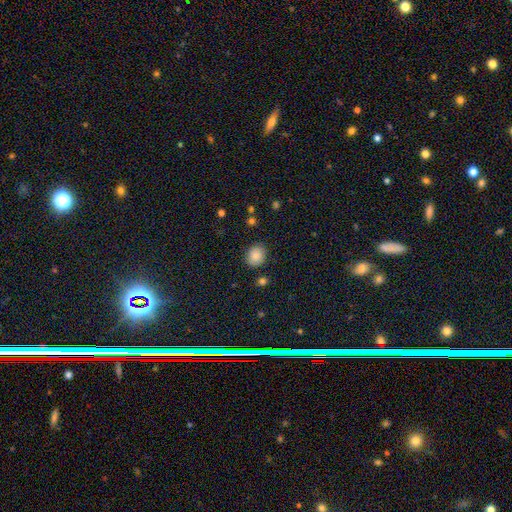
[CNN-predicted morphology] Smooth or featured? smooth (84%)
How rounded? round (69%)
Merging? none (86%)